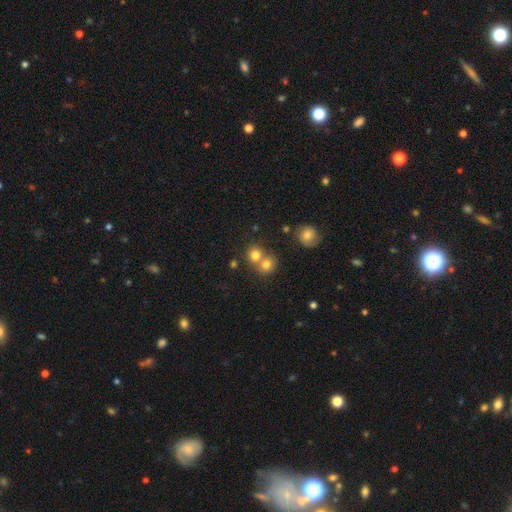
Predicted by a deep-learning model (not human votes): smooth_or_featured: smooth (p=0.76) [alt: star or artifact p=0.13]
how_rounded: round (p=0.81) [alt: in between p=0.18]
merging: merger (p=0.46) [alt: none p=0.45]